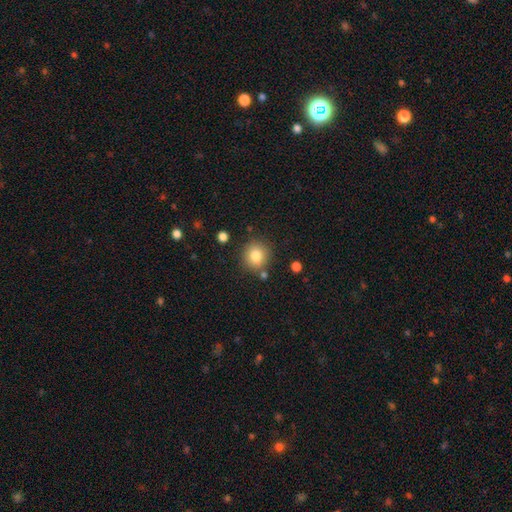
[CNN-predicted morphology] The model was most divided on "smooth or featured": smooth: 82%, star or artifact: 10%, featured or disk: 8%. More confident: how rounded — round (90%); merging — none (82%).